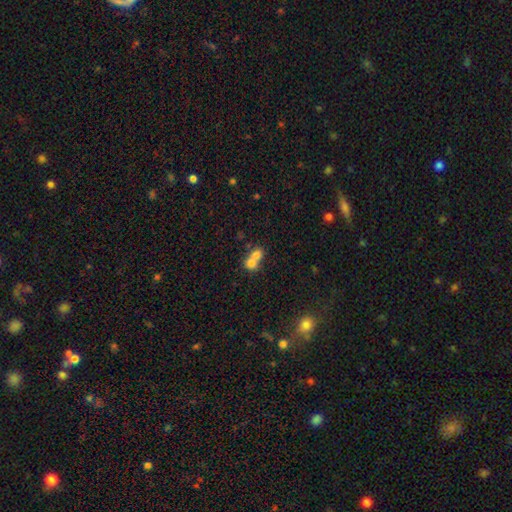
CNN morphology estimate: Smooth or featured? smooth (72%)
How rounded? round (68%)
Merging? merger (72%)